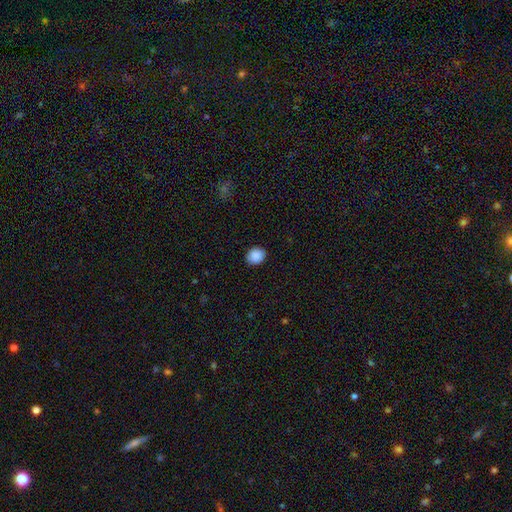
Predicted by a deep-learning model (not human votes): This is clearly a smooth galaxy (88%). How rounded: likely round (63%). Merging: clearly none (90%).